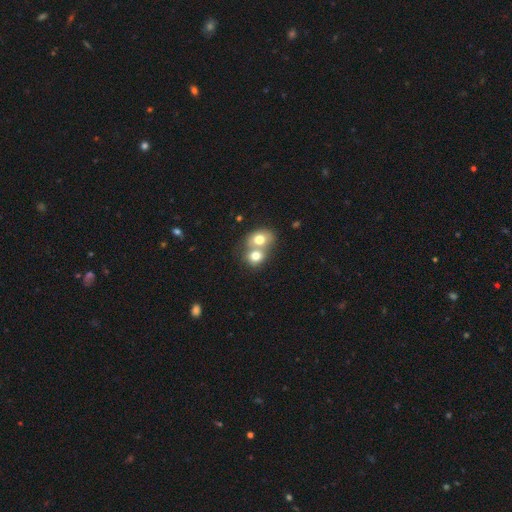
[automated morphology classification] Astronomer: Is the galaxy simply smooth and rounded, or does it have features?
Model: smooth — 72%.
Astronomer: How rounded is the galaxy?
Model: round — 62% (runner-up: in between, 37%).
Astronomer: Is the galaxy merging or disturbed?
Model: merger — 70%.